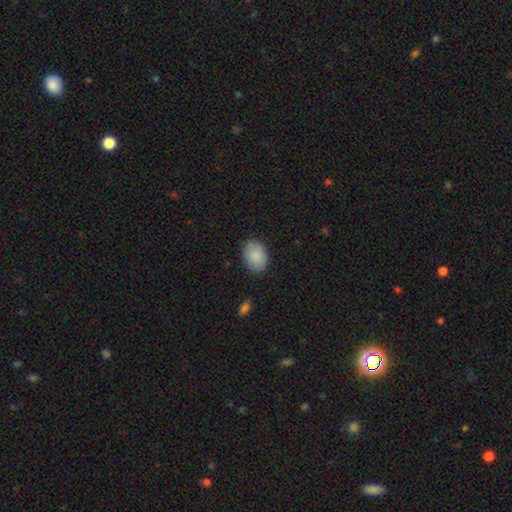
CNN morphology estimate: A smooth galaxy with no disk features (88%) that is in between round and cigar-shaped (78%).

Vote fractions:
- Smooth or featured? smooth: 88% / star or artifact: 6% / featured or disk: 5%
- How rounded? in between: 78% / round: 21% / cigar-shaped: 1%
- Merging? none: 83% / minor disturbance: 13% / major disturbance: 3% / merger: 1%